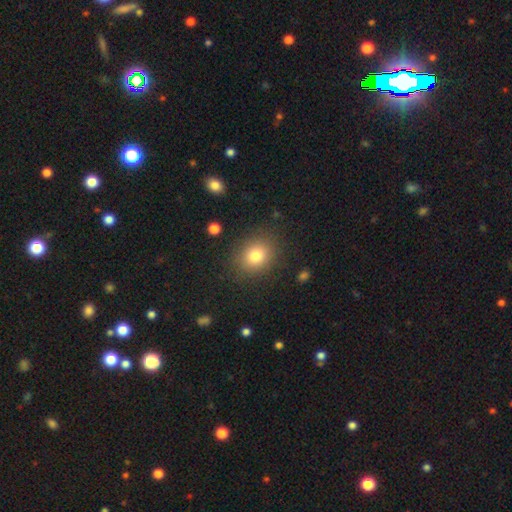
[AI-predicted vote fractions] This appears to be a smooth galaxy with no disk features (79%) that is round (69%). Merging: none (86%).